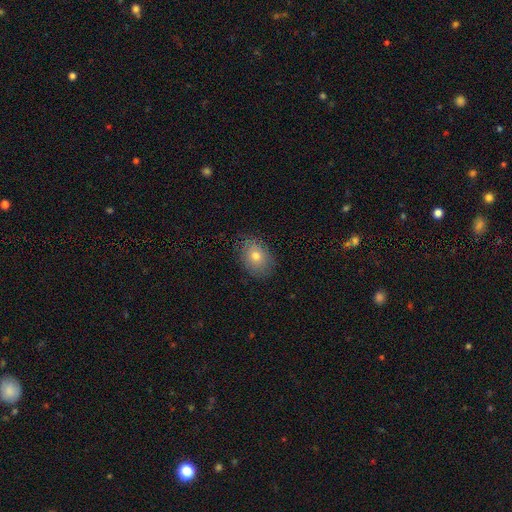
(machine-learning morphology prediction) Smooth or featured: smooth — 73% (featured or disk — 17%)
How rounded: in between — 62% (round — 37%)
Merging: none — 83% (minor disturbance — 13%)